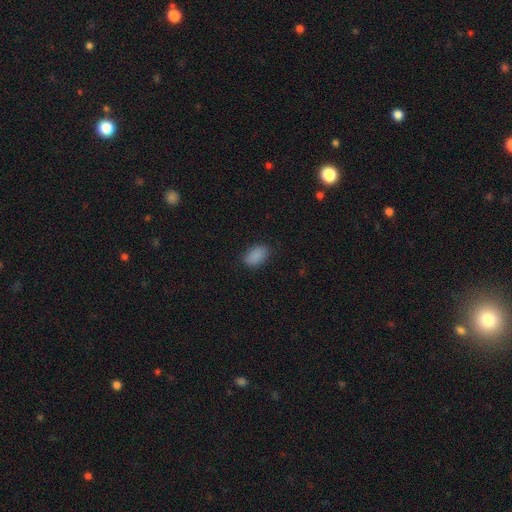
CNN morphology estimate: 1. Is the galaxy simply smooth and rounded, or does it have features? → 88% smooth, 9% star or artifact, 3% featured or disk.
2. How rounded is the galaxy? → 91% in between, 7% round, 2% cigar-shaped.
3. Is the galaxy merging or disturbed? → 83% none, 13% minor disturbance, 3% major disturbance, 1% merger.